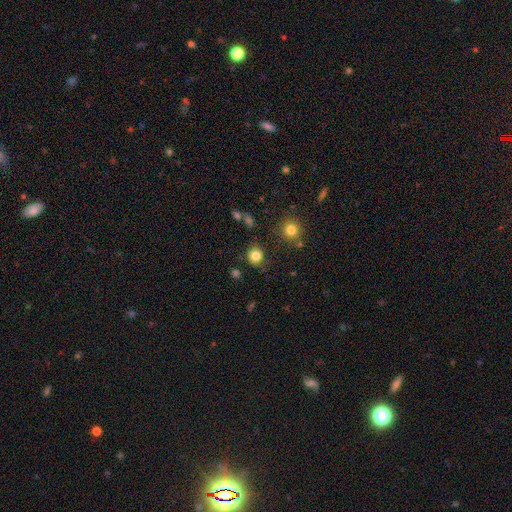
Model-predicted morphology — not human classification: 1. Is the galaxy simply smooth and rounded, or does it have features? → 83% smooth, 12% star or artifact, 5% featured or disk.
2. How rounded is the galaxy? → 80% round, 19% in between, 1% cigar-shaped.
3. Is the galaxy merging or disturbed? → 81% none, 12% minor disturbance, 3% major disturbance, 3% merger.